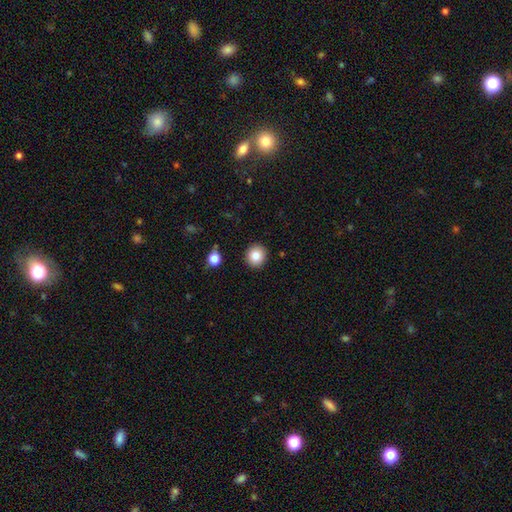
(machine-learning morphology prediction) Q: Smooth or featured?
A: smooth (84%); runner-up: star or artifact (10%)
Q: How rounded?
A: round (91%); runner-up: in between (8%)
Q: Merging?
A: none (91%); runner-up: minor disturbance (5%)